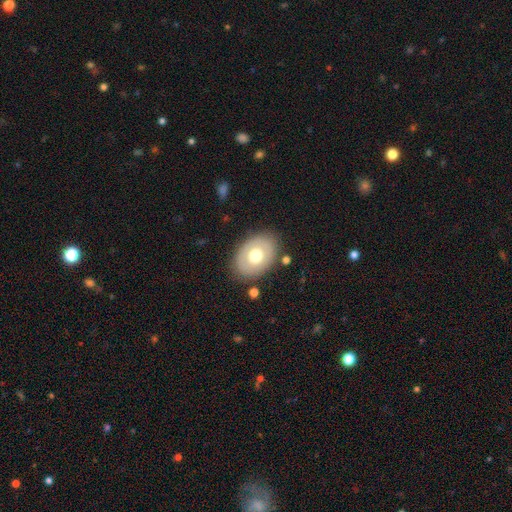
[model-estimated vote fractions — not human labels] A smooth galaxy with no disk features (60%) that is in between round and cigar-shaped (75%).

Vote fractions:
- Smooth or featured? smooth: 60% / featured or disk: 33% / star or artifact: 7%
- How rounded? in between: 75% / round: 24% / cigar-shaped: 1%
- Merging? none: 83% / minor disturbance: 11% / major disturbance: 4% / merger: 2%